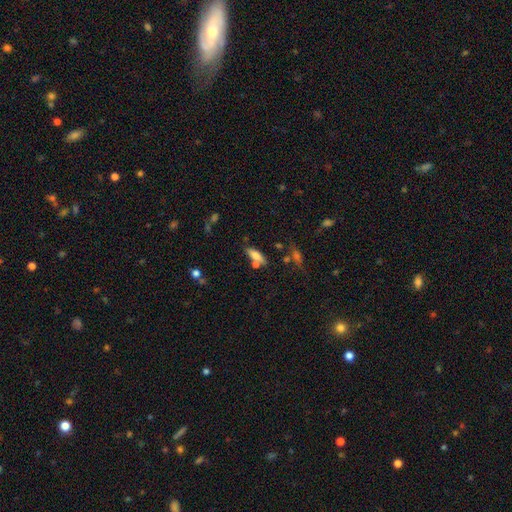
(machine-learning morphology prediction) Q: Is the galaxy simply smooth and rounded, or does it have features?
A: smooth — 70%.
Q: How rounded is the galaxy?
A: in between — 58%.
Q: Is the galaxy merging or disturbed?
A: none — 61%.